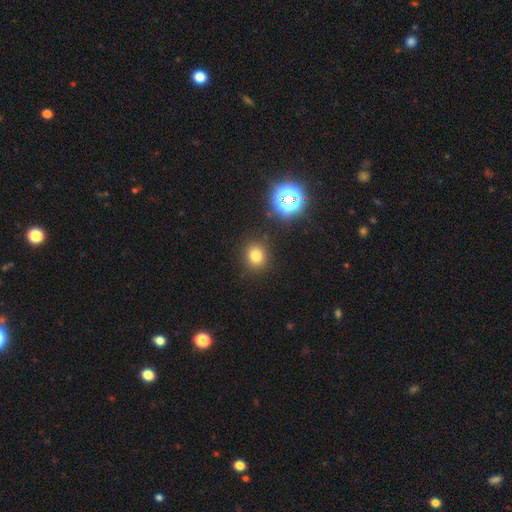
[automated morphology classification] A smooth galaxy with no disk features (76%) that is round (77%).

Vote fractions:
- Smooth or featured? smooth: 76% / star or artifact: 18% / featured or disk: 6%
- How rounded? round: 77% / in between: 22% / cigar-shaped: 1%
- Merging? none: 88% / minor disturbance: 7% / major disturbance: 3% / merger: 2%